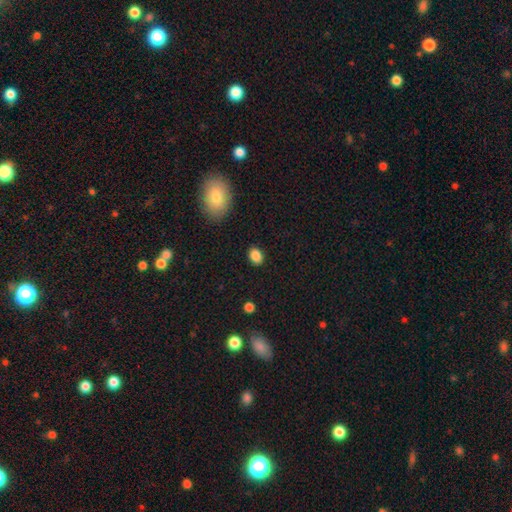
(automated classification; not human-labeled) A smooth galaxy with no disk features (87%) that is in between round and cigar-shaped (65%).

Vote fractions:
- Smooth or featured? smooth: 87% / star or artifact: 9% / featured or disk: 4%
- How rounded? in between: 65% / round: 34% / cigar-shaped: 1%
- Merging? none: 88% / minor disturbance: 8% / major disturbance: 2% / merger: 1%